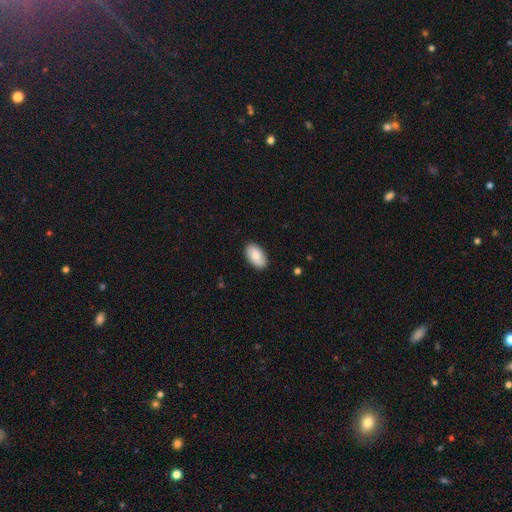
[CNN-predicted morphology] Smooth or featured?
  - smooth: 78% *
  - featured or disk: 16%
  - star or artifact: 6%
How rounded?
  - in between: 94% *
  - round: 4%
  - cigar-shaped: 2%
Merging?
  - none: 85% *
  - minor disturbance: 11%
  - major disturbance: 2%
  - merger: 1%